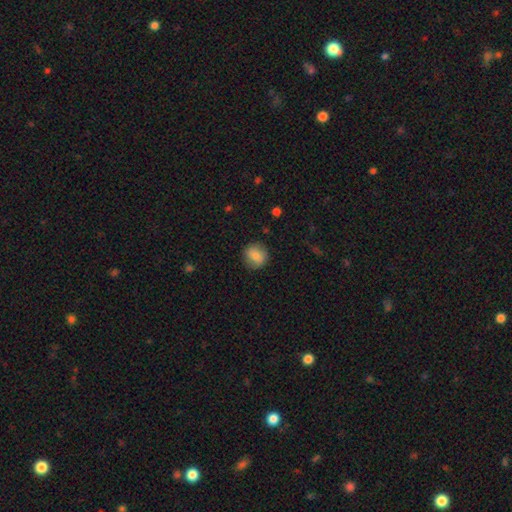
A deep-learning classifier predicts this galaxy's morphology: Smooth or featured? smooth (81%)
How rounded? round (87%)
Merging? none (86%)